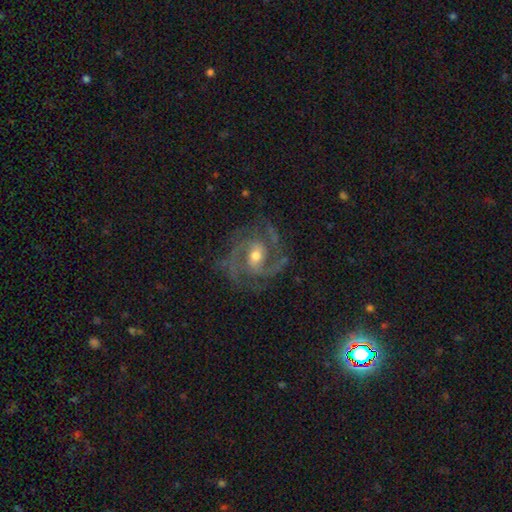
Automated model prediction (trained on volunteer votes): A featured or disk galaxy (91%) with a weak bar (45%), 2 (57%) medium (53%) spiral arms (98%) and a moderate central bulge (66%). Merging: none (72%).